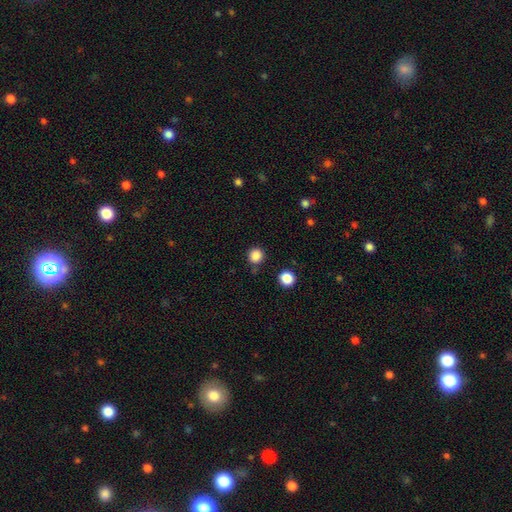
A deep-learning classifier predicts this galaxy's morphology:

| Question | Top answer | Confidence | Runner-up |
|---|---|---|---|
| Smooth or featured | smooth | 85% | star or artifact (12%) |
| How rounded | round | 92% | in between (7%) |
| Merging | none | 85% | minor disturbance (9%) |